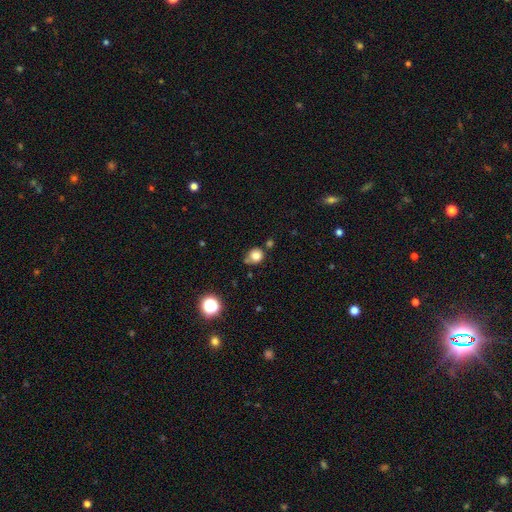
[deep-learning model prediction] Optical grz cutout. It shows a smooth galaxy with no disk features (80%) that is round (80%). Merging: none (58%).